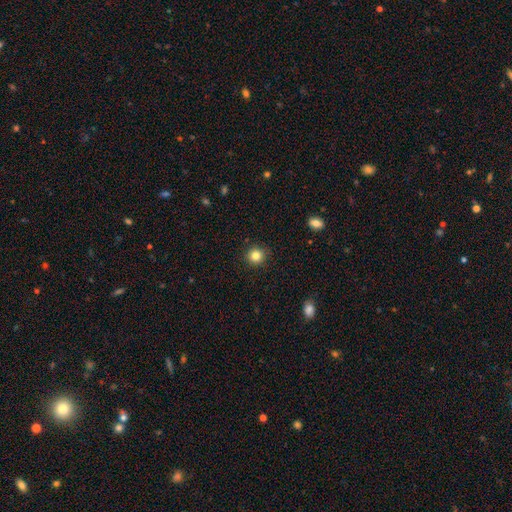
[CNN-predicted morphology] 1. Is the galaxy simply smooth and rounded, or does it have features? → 84% smooth, 11% star or artifact, 5% featured or disk.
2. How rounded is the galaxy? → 94% round, 5% in between, 1% cigar-shaped.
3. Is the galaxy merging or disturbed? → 91% none, 6% minor disturbance, 2% major disturbance, 1% merger.